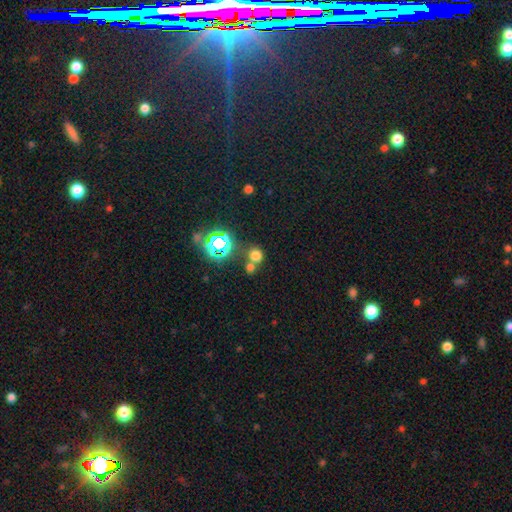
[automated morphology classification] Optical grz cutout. It shows a smooth galaxy with no disk features (63%) that is round (83%). Merging: none (55%).